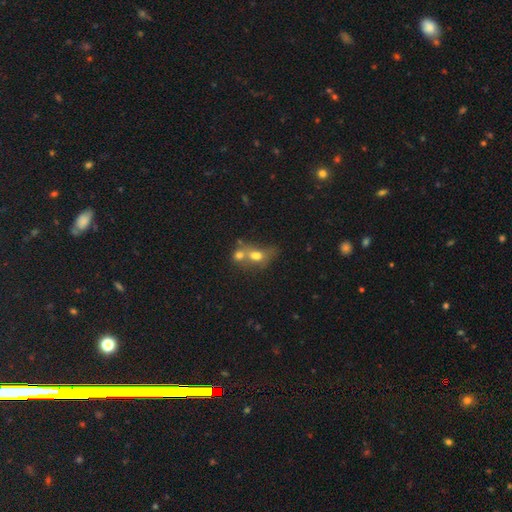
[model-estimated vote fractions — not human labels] smooth 66%, featured or disk 21%, star or artifact 13%. Down the decision tree: how rounded — in between (53%); merging — merger (64%).